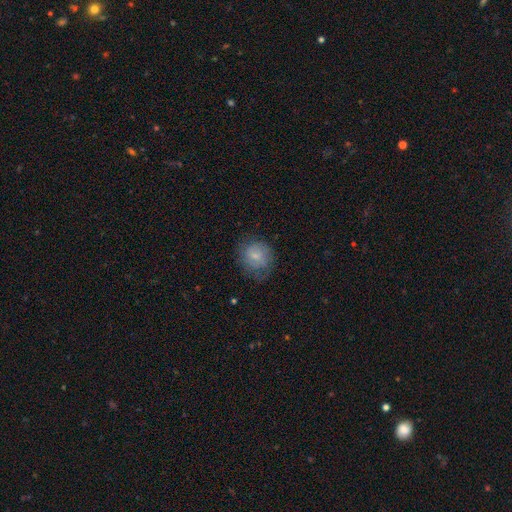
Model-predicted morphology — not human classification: smooth_or_featured: smooth (p=0.74) [alt: featured or disk p=0.18]
how_rounded: round (p=0.77) [alt: in between p=0.22]
merging: none (p=0.61) [alt: minor disturbance p=0.25]